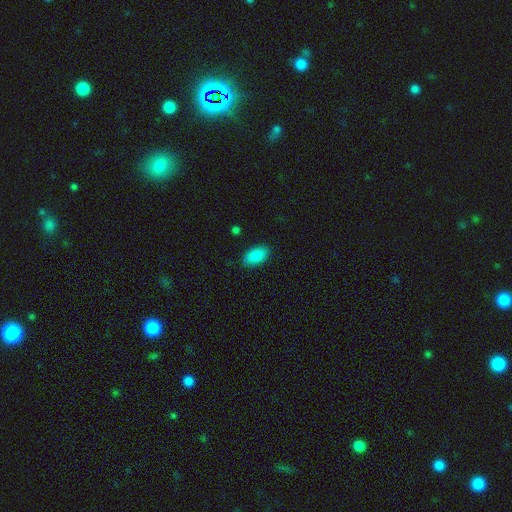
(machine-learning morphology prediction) Smooth or featured? smooth (90%)
How rounded? in between (94%)
Merging? none (88%)